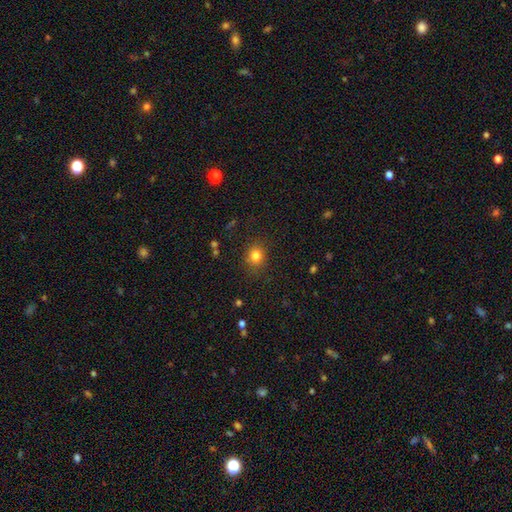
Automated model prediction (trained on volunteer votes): A smooth galaxy with no disk features (81%) that is round (76%). Merging: none (85%).